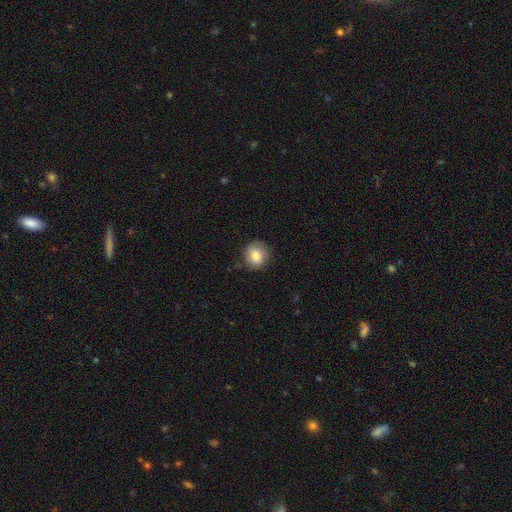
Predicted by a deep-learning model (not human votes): A smooth galaxy with no disk features (83%) that is round (80%).

Vote fractions:
- Smooth or featured? smooth: 83% / star or artifact: 9% / featured or disk: 8%
- How rounded? round: 80% / in between: 19% / cigar-shaped: 1%
- Merging? none: 80% / minor disturbance: 15% / major disturbance: 3% / merger: 1%